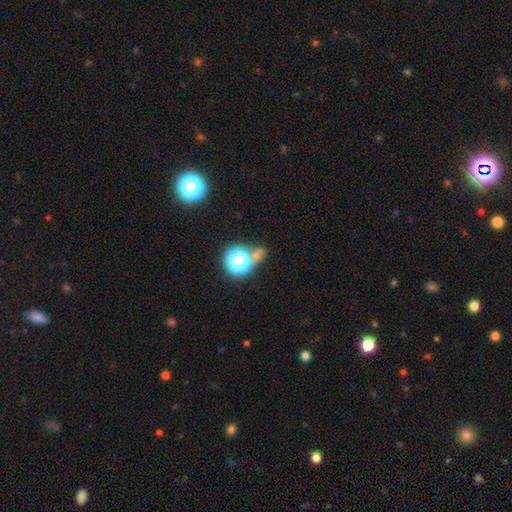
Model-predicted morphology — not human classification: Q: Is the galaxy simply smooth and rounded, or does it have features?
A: star or artifact — 51%.